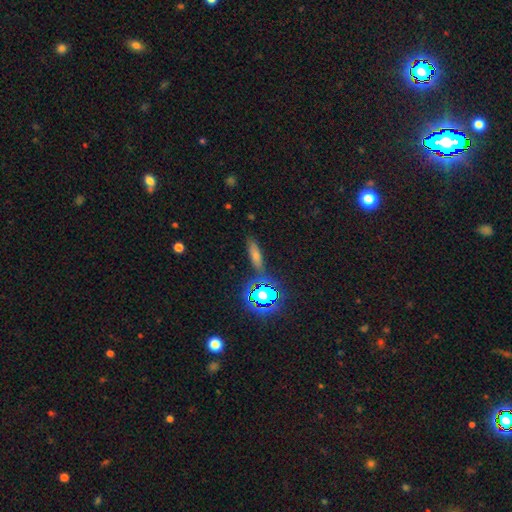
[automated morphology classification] type=smooth (48%); merging=none (83%).